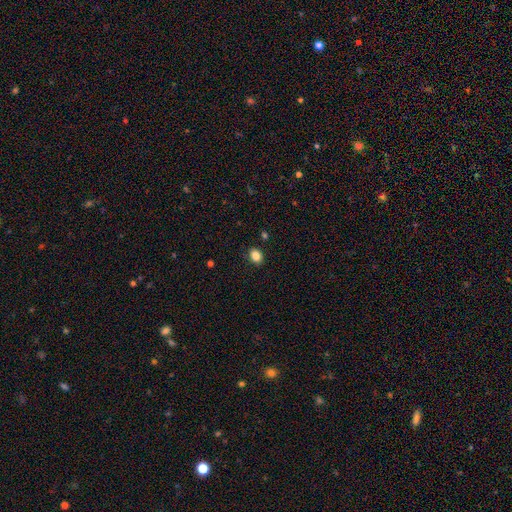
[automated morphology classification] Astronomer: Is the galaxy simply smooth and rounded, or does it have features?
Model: smooth — 85%.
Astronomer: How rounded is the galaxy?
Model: in between — 61% (runner-up: round, 38%).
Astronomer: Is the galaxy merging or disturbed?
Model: none — 88%.